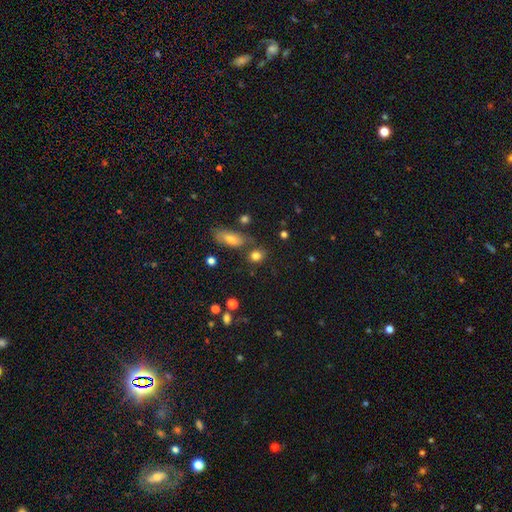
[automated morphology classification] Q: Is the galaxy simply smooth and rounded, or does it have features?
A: smooth — 82%.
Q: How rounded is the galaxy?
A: round — 58%.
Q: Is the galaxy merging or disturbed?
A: none — 67%.